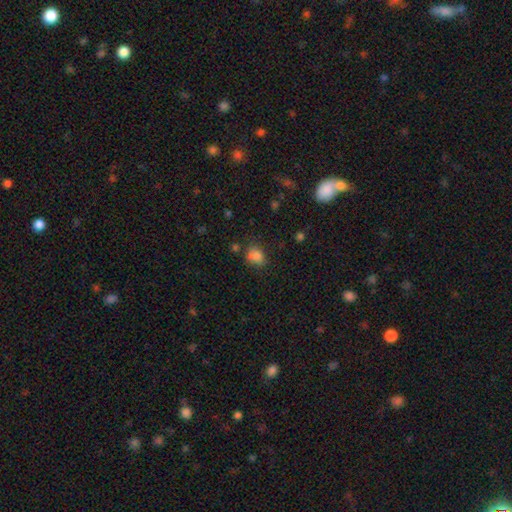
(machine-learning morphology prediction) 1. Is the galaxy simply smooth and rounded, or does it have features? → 81% smooth, 12% star or artifact, 7% featured or disk.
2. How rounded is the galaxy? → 60% in between, 39% round, 1% cigar-shaped.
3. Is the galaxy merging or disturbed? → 64% none, 22% minor disturbance, 7% merger, 7% major disturbance.